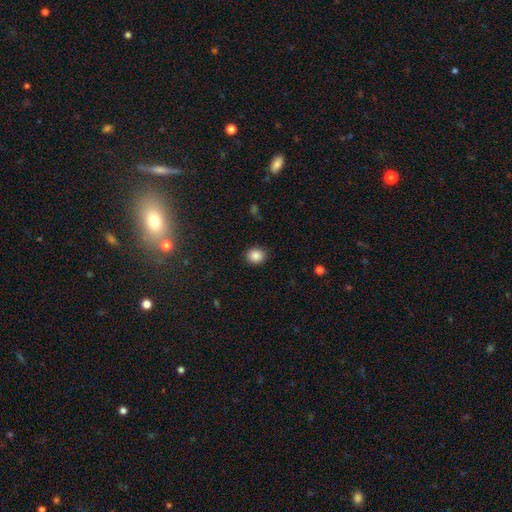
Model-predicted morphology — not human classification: This is clearly a smooth galaxy (87%). How rounded: likely round (74%). Merging: clearly none (90%).